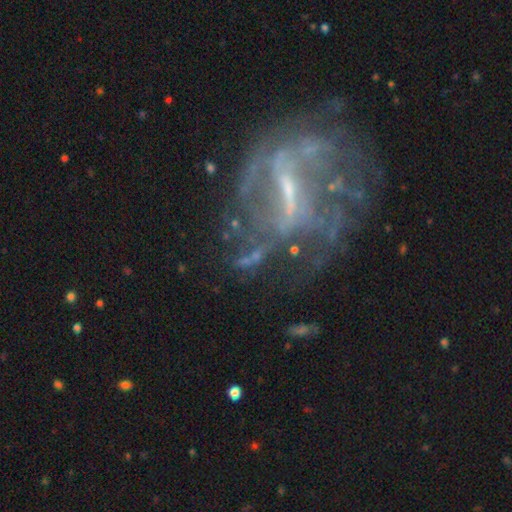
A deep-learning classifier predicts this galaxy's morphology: This appears to be a featured or disk galaxy (61%) with a strong bar (45%), spiral arms (63%) and a small central bulge (39%). Merging: none (56%).